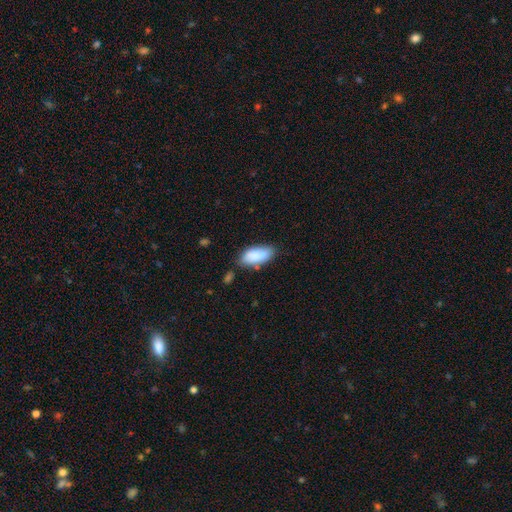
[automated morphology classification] A smooth galaxy with no disk features (87%) that is in between round and cigar-shaped (89%).

Vote fractions:
- Smooth or featured? smooth: 87% / featured or disk: 7% / star or artifact: 6%
- How rounded? in between: 89% / cigar-shaped: 9% / round: 2%
- Merging? none: 69% / minor disturbance: 21% / merger: 6% / major disturbance: 4%